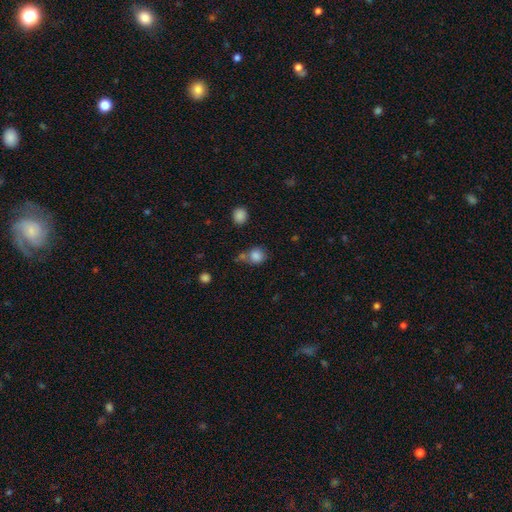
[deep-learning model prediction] Smooth or featured? Predicted: smooth (p=0.83). How rounded? Predicted: round (p=0.75). Merging? Predicted: none (p=0.53).